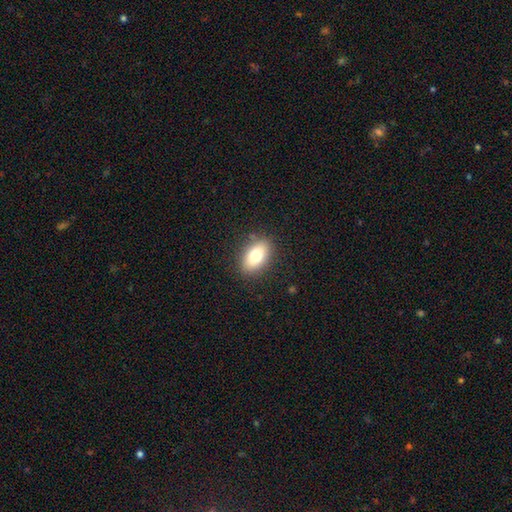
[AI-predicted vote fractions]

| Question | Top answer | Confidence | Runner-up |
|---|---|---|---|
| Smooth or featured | smooth | 76% | featured or disk (15%) |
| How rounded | in between | 88% | round (9%) |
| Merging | none | 86% | minor disturbance (10%) |